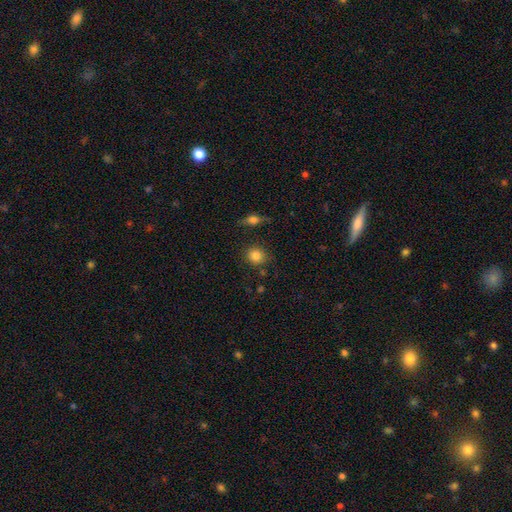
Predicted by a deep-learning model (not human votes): smooth 83%, star or artifact 10%, featured or disk 7%. Down the decision tree: how rounded — round (85%); merging — none (82%).